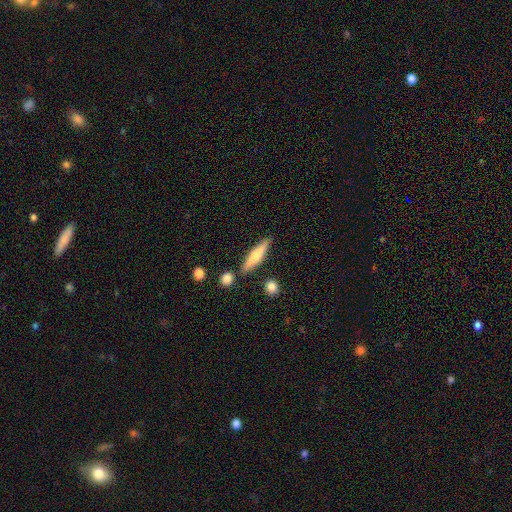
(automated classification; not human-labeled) Overall: smooth (58%; featured or disk 36%). How rounded: cigar-shaped (82%). Merging: none (82%).